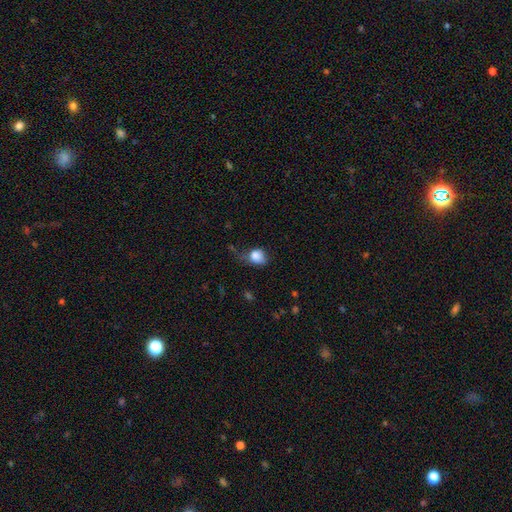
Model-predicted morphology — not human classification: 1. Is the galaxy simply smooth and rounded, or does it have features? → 84% smooth, 9% star or artifact, 7% featured or disk.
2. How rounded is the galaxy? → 59% round, 40% in between, 1% cigar-shaped.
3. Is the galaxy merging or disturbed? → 39% none, 36% minor disturbance, 22% major disturbance, 3% merger.